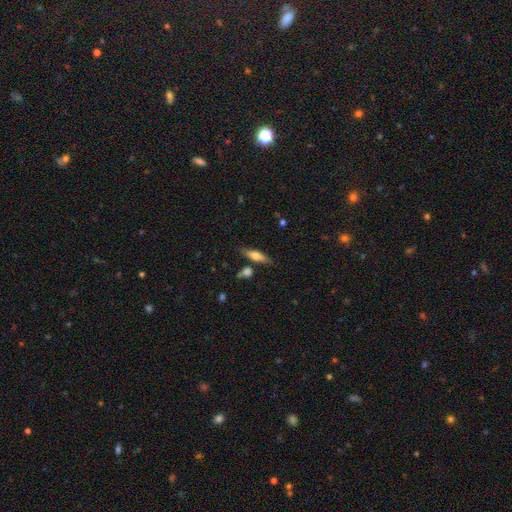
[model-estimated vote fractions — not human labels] This is likely a smooth galaxy (62%). How rounded: possibly cigar-shaped (52%). Merging: likely none (76%).